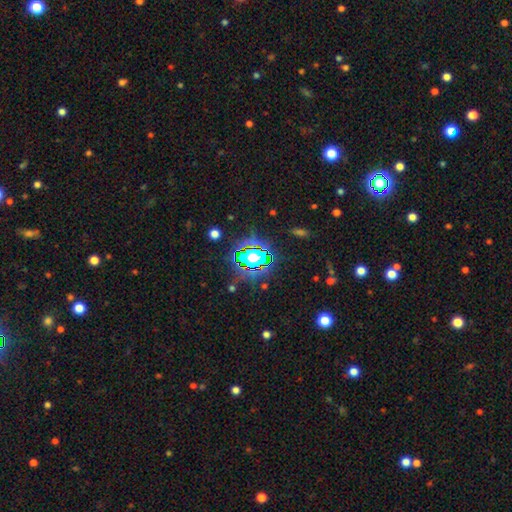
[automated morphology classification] This is likely a star or artifact rather than a galaxy (74%).